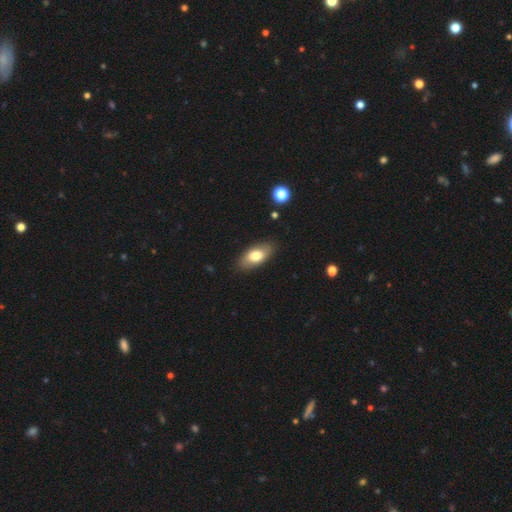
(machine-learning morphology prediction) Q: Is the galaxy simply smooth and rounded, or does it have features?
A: smooth — 75%.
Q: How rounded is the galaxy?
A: in between — 90%.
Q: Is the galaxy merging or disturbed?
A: none — 85%.